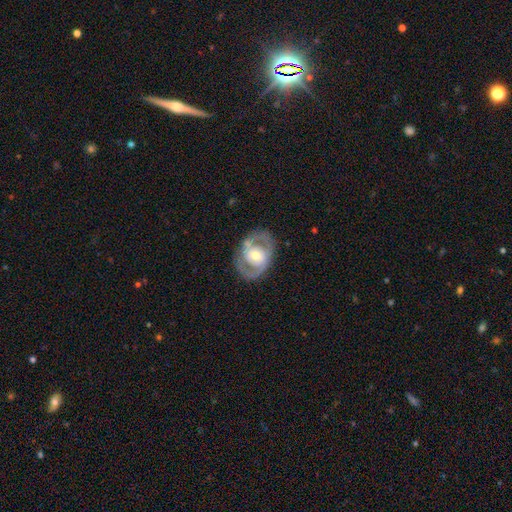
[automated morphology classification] Smooth or featured: featured or disk — 75% (smooth — 20%)
Edge-on disk: no — 95% (yes — 5%)
Bar: no — 64% (weak — 25%)
Spiral arms: yes — 58% (no — 42%)
Bulge size: moderate — 67% (small — 17%)
Merging: none — 75% (minor disturbance — 15%)